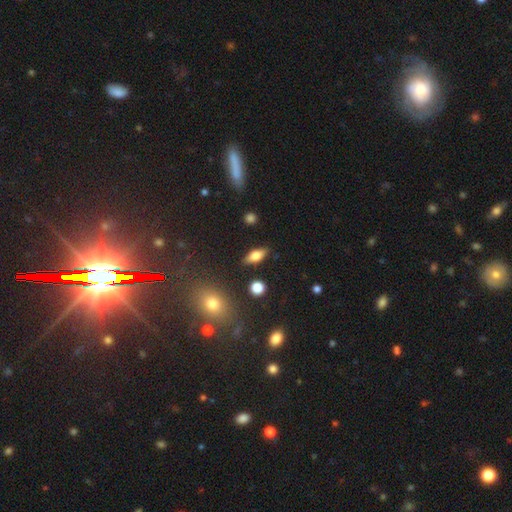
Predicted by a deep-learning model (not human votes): This appears to be a smooth galaxy with no disk features (62%) that is in between round and cigar-shaped (73%). Merging: none (86%).